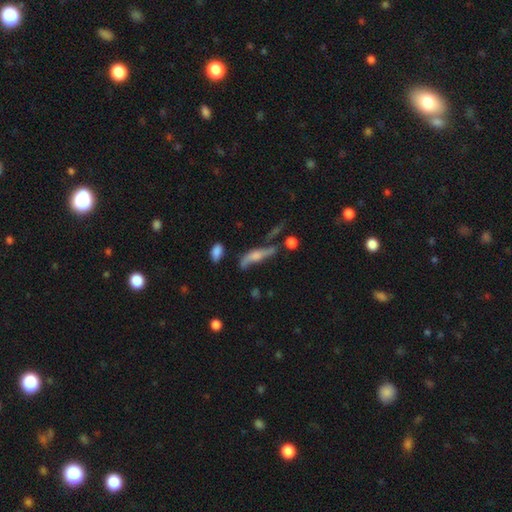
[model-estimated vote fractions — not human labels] Smooth or featured? featured or disk (56%)
Edge-on disk? yes (62%)
Merging? none (43%)